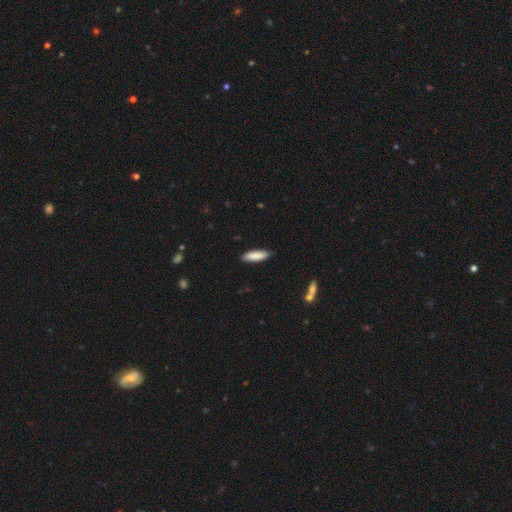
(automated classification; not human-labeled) Q: Smooth or featured?
A: smooth (87%); runner-up: featured or disk (8%)
Q: How rounded?
A: cigar-shaped (53%); runner-up: in between (46%)
Q: Merging?
A: none (86%); runner-up: minor disturbance (11%)